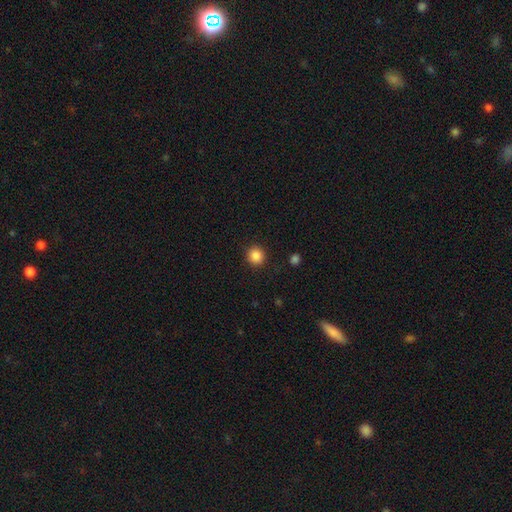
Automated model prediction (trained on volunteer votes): Smooth or featured: smooth — 87% (star or artifact — 10%)
How rounded: round — 91% (in between — 8%)
Merging: none — 91% (minor disturbance — 6%)